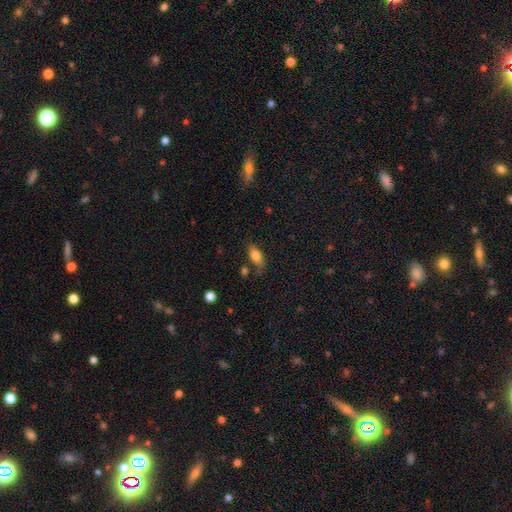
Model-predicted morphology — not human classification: Smooth or featured: smooth — 75% (featured or disk — 17%)
How rounded: in between — 81% (cigar-shaped — 15%)
Merging: none — 75% (minor disturbance — 17%)